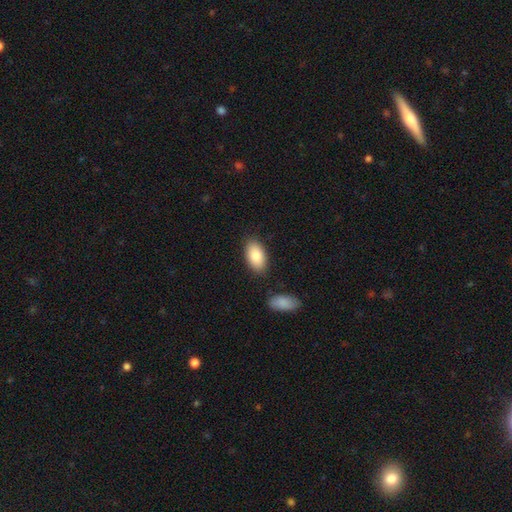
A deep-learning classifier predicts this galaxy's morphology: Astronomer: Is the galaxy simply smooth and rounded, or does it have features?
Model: smooth — 85%.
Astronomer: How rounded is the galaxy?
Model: in between — 94%.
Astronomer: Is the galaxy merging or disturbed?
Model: none — 83%.